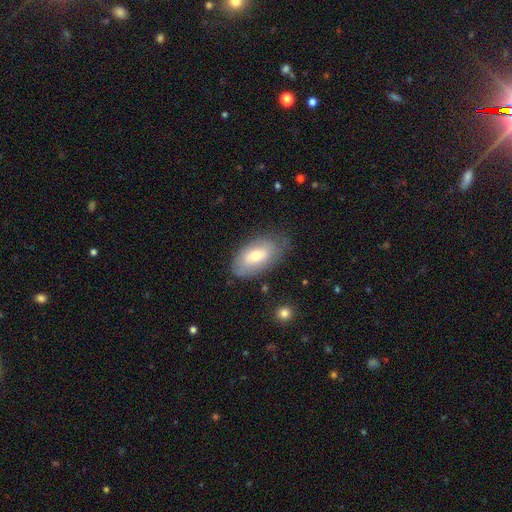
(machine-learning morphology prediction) Smooth or featured? smooth (63%)
How rounded? in between (93%)
Merging? none (71%)